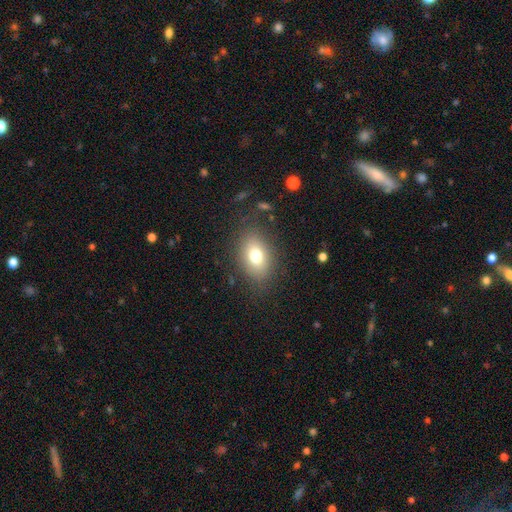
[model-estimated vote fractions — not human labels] Smooth or featured: smooth — 74% (featured or disk — 14%)
How rounded: in between — 75% (round — 24%)
Merging: none — 81% (minor disturbance — 12%)